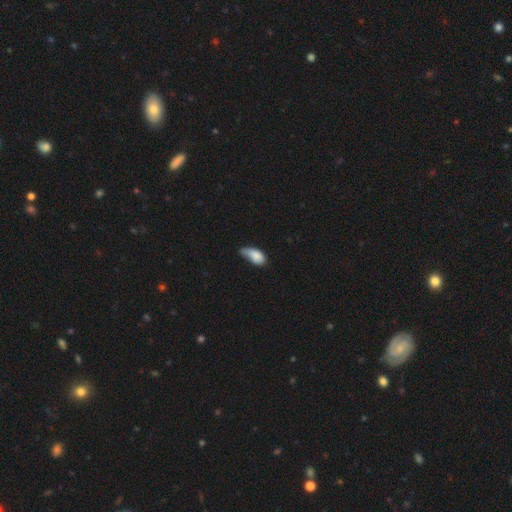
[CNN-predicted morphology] This is clearly a smooth galaxy (83%). How rounded: clearly in between (91%). Merging: possibly minor disturbance (47%).